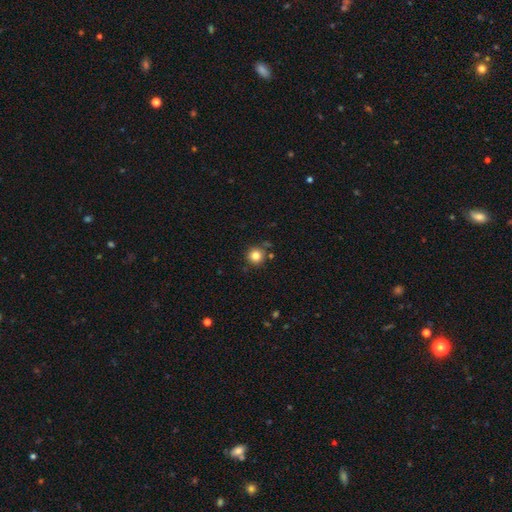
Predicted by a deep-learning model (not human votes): Overall: smooth (82%). How rounded: round (95%). Merging: none (82%).